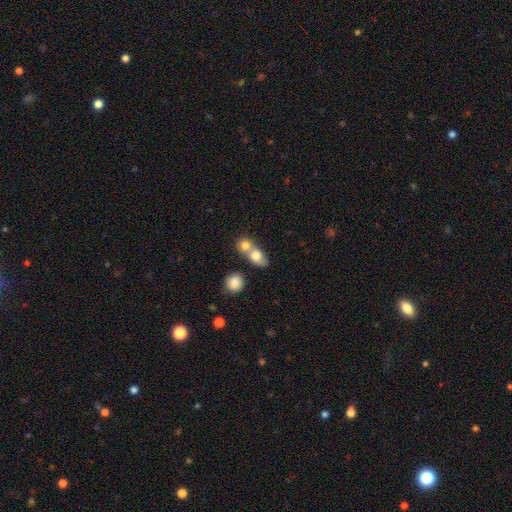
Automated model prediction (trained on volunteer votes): Q: Smooth or featured?
A: smooth (74%); runner-up: featured or disk (17%)
Q: How rounded?
A: round (52%); runner-up: in between (45%)
Q: Merging?
A: merger (65%); runner-up: none (25%)